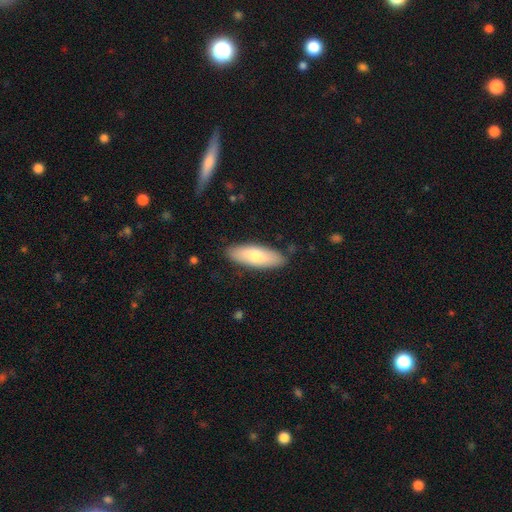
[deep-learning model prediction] A smooth galaxy with no disk features (70%) that is in between round and cigar-shaped (66%).

Vote fractions:
- Smooth or featured? smooth: 70% / featured or disk: 24% / star or artifact: 6%
- How rounded? in between: 66% / cigar-shaped: 32% / round: 2%
- Merging? none: 86% / minor disturbance: 10% / major disturbance: 2% / merger: 1%